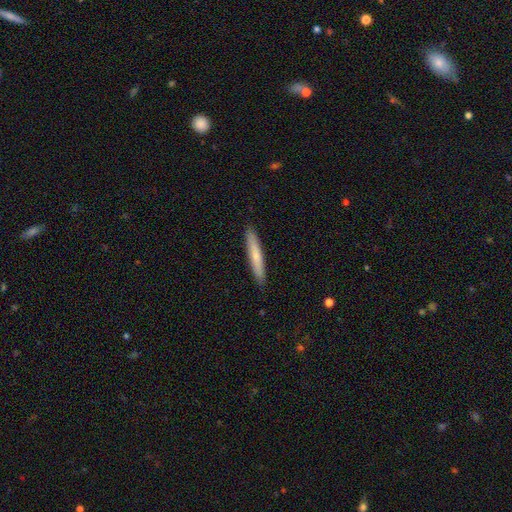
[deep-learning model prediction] Smooth or featured? Predicted: smooth (p=0.63). How rounded? Predicted: cigar-shaped (p=0.94). Merging? Predicted: none (p=0.91).